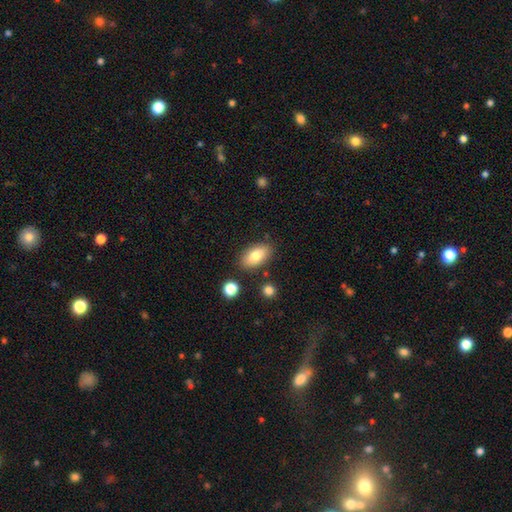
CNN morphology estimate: Q: Smooth or featured?
A: smooth (80%); runner-up: featured or disk (13%)
Q: How rounded?
A: in between (92%); runner-up: round (5%)
Q: Merging?
A: none (83%); runner-up: minor disturbance (10%)